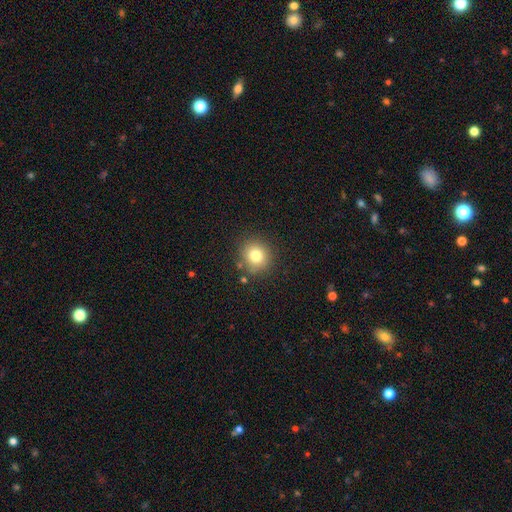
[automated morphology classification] Smooth or featured? Predicted: smooth (p=0.78). How rounded? Predicted: round (p=0.88). Merging? Predicted: none (p=0.84).